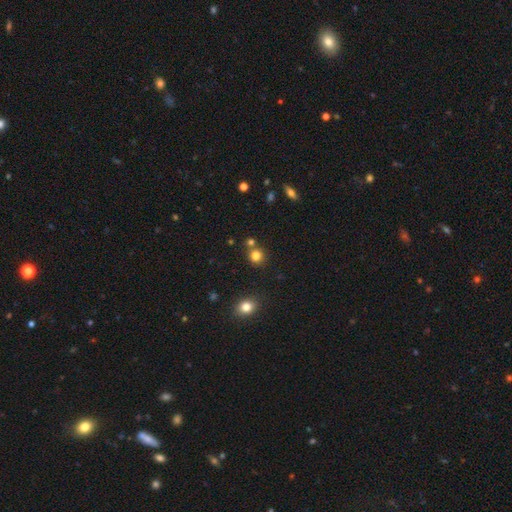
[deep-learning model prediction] Smooth or featured? smooth (81%)
How rounded? round (89%)
Merging? none (75%)